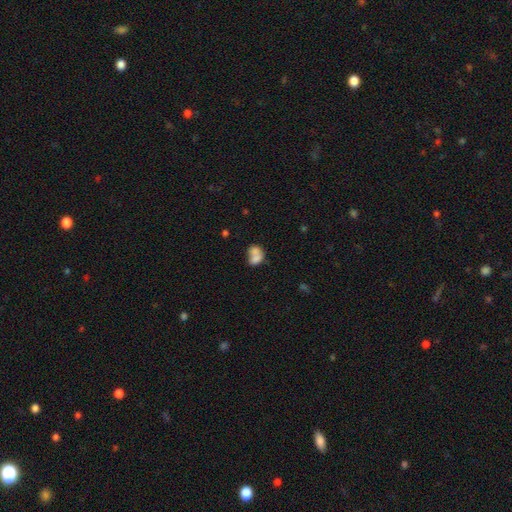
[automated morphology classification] Overall: smooth (72%). How rounded: in between (62%; round 36%). Merging: merger (62%).